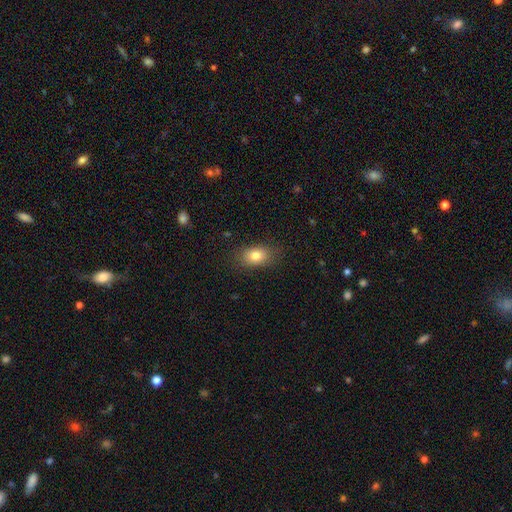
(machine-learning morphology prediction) Smooth or featured: smooth — 80% (featured or disk — 10%)
How rounded: in between — 79% (round — 19%)
Merging: none — 84% (minor disturbance — 12%)